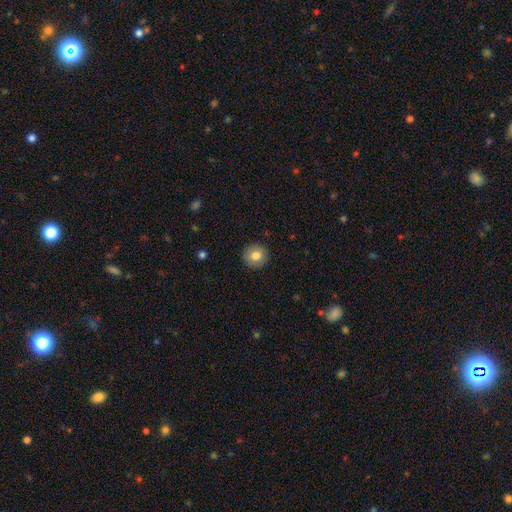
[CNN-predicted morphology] A smooth galaxy with no disk features (80%) that is round (94%). Merging: none (92%).